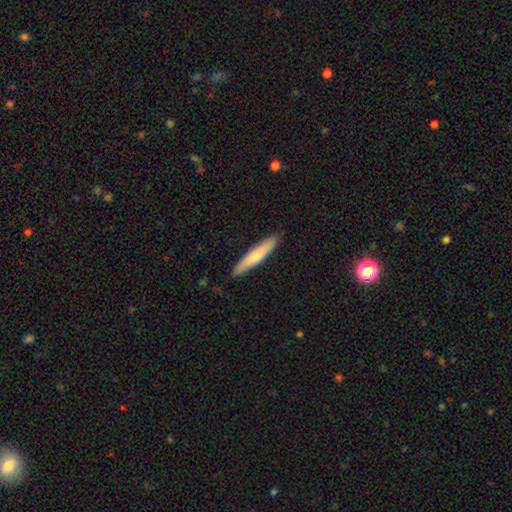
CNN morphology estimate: smooth 66%, featured or disk 29%, star or artifact 5%. Down the decision tree: how rounded — cigar-shaped (89%); merging — none (89%).